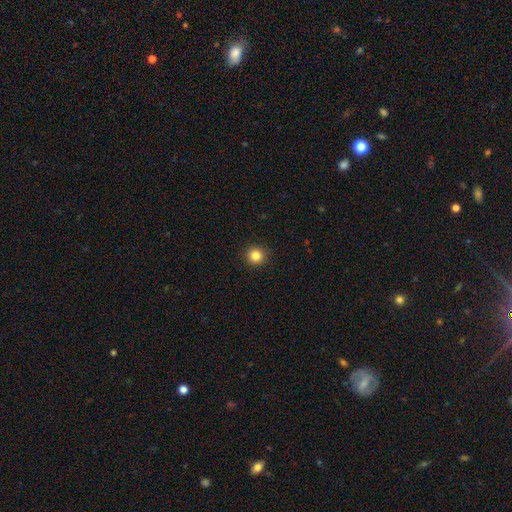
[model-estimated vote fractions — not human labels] This appears to be a smooth galaxy with no disk features (84%) that is round (93%). Merging: none (93%).